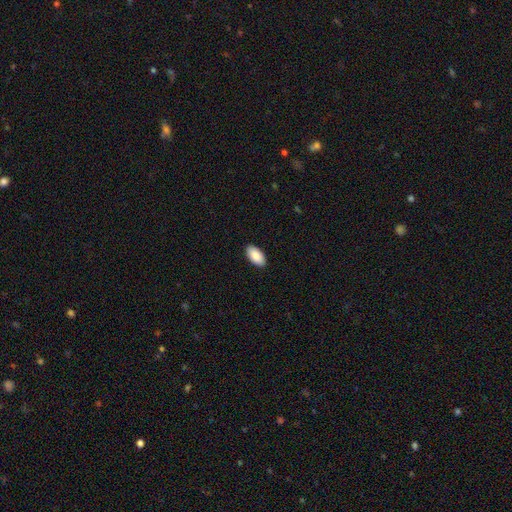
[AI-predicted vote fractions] This appears to be a smooth galaxy with no disk features (90%) that is in between round and cigar-shaped (95%). Merging: none (90%).